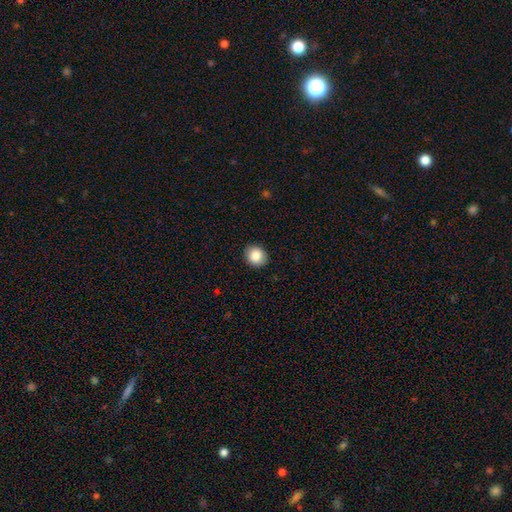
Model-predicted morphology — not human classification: smooth_or_featured: smooth (p=0.86) [alt: star or artifact p=0.08]
how_rounded: round (p=0.69) [alt: in between p=0.30]
merging: none (p=0.90) [alt: minor disturbance p=0.07]